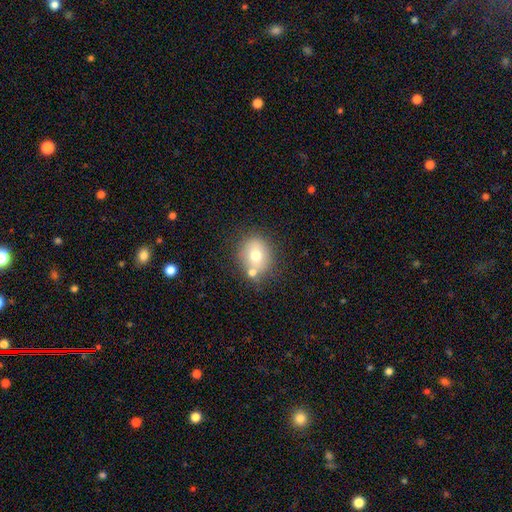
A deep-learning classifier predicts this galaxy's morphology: Smooth or featured? smooth (68%)
How rounded? round (63%)
Merging? none (61%)